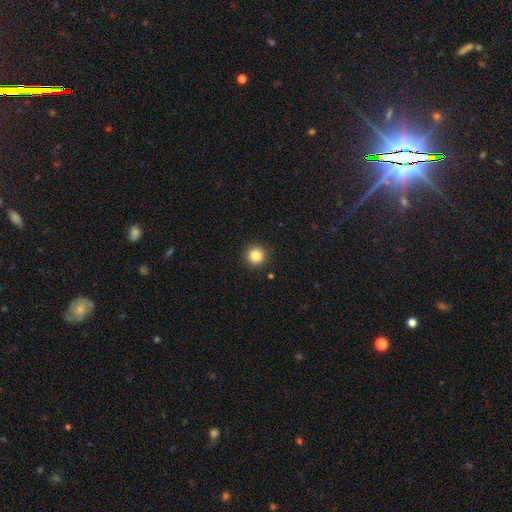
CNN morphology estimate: A smooth galaxy with no disk features (85%) that is round (95%). Merging: none (92%).